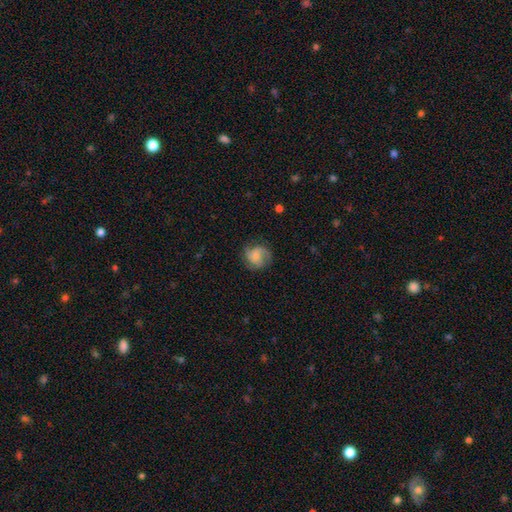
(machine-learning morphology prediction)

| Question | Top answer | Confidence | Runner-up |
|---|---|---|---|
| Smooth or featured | featured or disk | 51% | smooth (41%) |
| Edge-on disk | no | 98% | yes (2%) |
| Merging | none | 72% | minor disturbance (18%) |